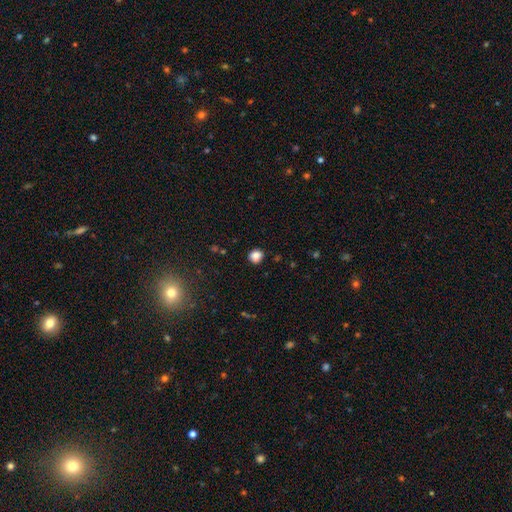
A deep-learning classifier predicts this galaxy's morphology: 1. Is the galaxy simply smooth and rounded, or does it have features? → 84% smooth, 12% star or artifact, 4% featured or disk.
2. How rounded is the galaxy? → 82% round, 17% in between, 1% cigar-shaped.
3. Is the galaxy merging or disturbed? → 87% none, 9% minor disturbance, 2% major disturbance, 2% merger.